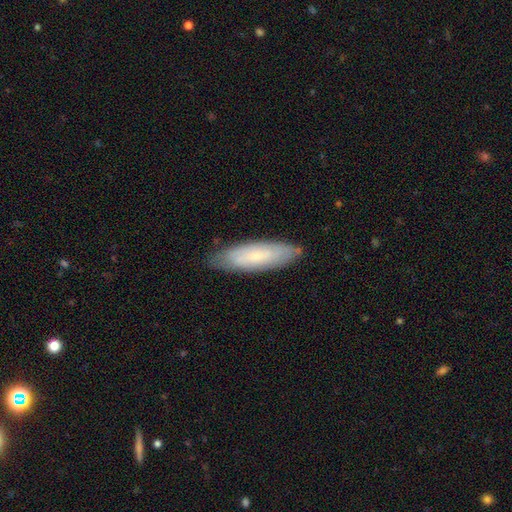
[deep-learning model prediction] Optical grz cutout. It shows a smooth galaxy with no disk features (62%) that is cigar-shaped (52%). Merging: none (82%).